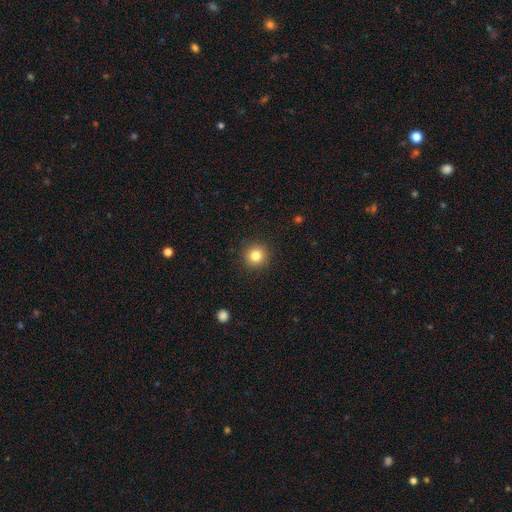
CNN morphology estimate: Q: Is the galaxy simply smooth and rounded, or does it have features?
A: smooth — 82%.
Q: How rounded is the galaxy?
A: round — 95%.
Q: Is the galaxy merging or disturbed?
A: none — 91%.